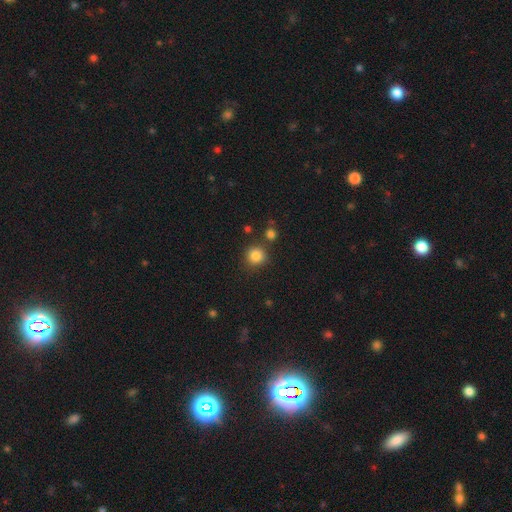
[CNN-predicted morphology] A smooth galaxy with no disk features (84%) that is round (91%). Merging: none (80%).